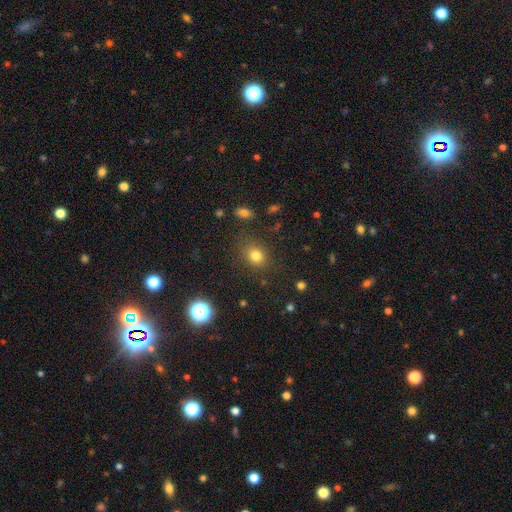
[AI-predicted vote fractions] This is likely a smooth galaxy (78%). How rounded: likely round (60%). Merging: clearly none (83%).